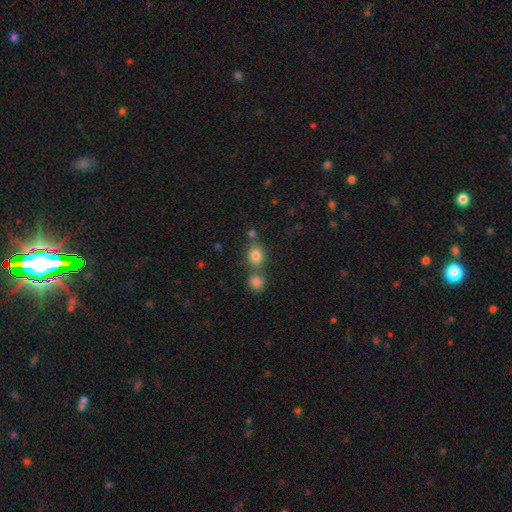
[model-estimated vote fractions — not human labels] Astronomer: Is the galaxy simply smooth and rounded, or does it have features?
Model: smooth — 82%.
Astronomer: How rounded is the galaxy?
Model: round — 71%.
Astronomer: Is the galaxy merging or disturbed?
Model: none — 61%.